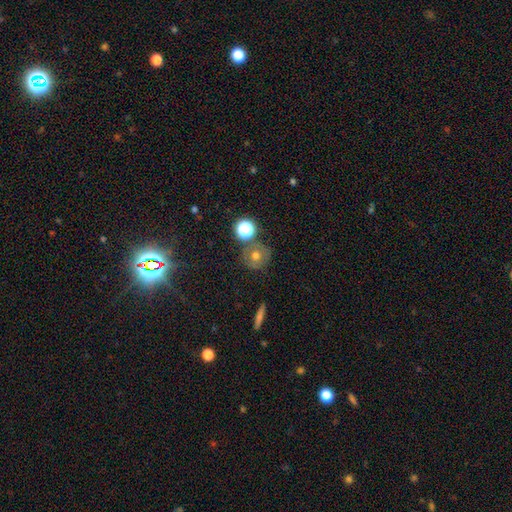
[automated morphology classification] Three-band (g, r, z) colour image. It shows a smooth galaxy with no disk features (61%) that is round (89%). Merging: none (73%).